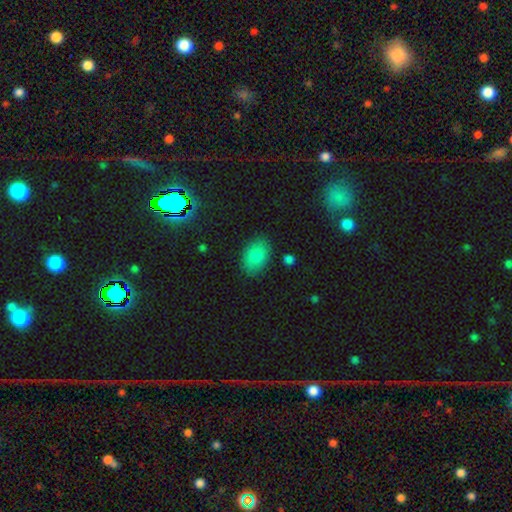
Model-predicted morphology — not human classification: Q: Smooth or featured?
A: smooth (85%); runner-up: star or artifact (8%)
Q: How rounded?
A: in between (86%); runner-up: round (13%)
Q: Merging?
A: none (83%); runner-up: minor disturbance (12%)